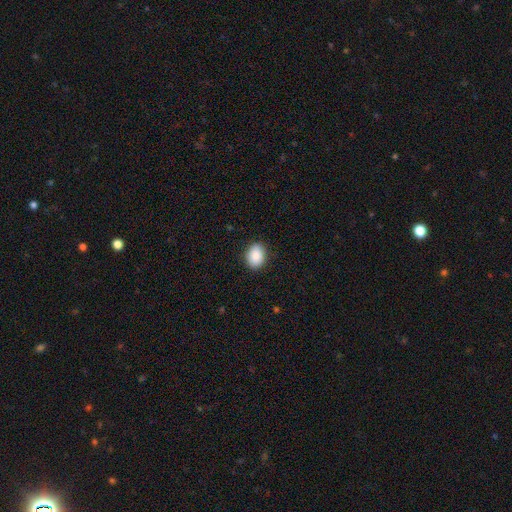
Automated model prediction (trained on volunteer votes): smooth 89%, star or artifact 7%, featured or disk 4%. Down the decision tree: how rounded — in between (68%); merging — none (88%).